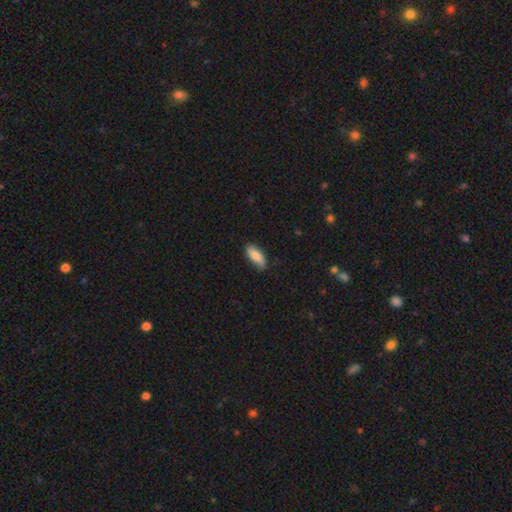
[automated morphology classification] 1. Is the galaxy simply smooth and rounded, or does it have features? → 83% smooth, 11% featured or disk, 6% star or artifact.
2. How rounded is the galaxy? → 77% in between, 21% cigar-shaped, 2% round.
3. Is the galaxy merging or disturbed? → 79% none, 17% minor disturbance, 2% major disturbance, 1% merger.